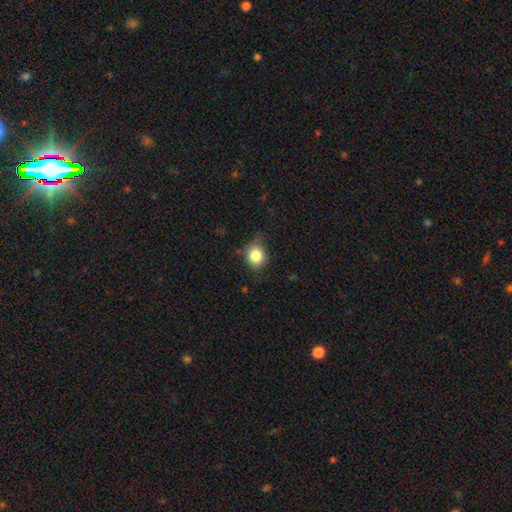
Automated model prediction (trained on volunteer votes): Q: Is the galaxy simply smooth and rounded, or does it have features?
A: smooth — 83%.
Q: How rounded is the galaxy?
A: round — 78%.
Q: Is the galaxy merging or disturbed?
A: none — 73%.